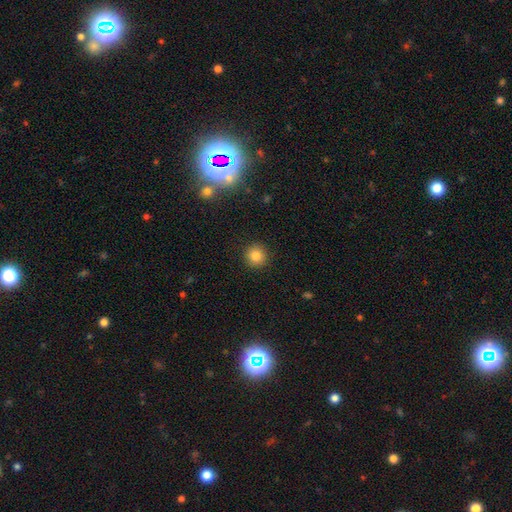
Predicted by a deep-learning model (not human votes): A smooth galaxy with no disk features (82%) that is round (94%). Merging: none (92%).